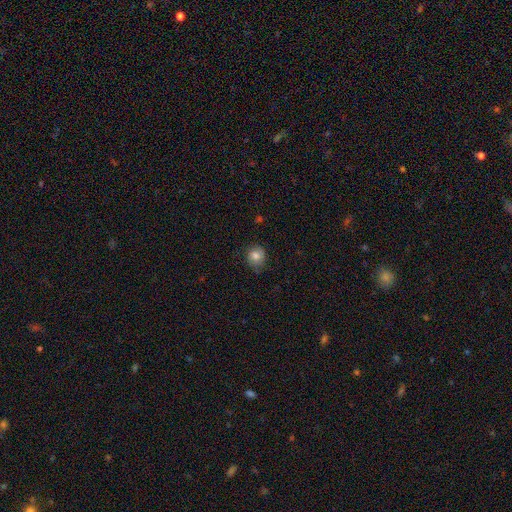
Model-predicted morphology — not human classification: The model was most divided on "merging": none: 75%, minor disturbance: 19%, major disturbance: 4%, merger: 1%. More confident: smooth or featured — smooth (79%); how rounded — round (78%).